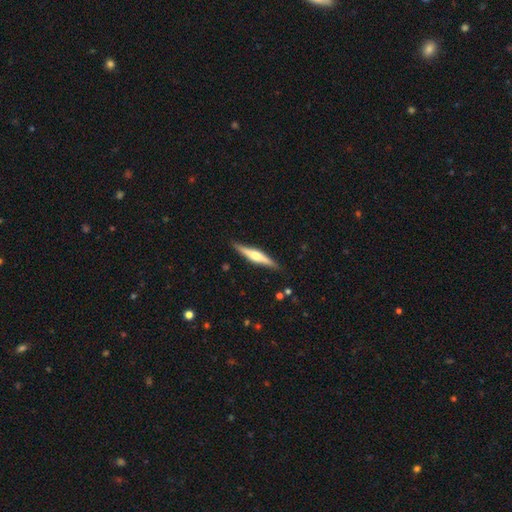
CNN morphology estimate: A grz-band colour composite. It shows a featured or disk galaxy (68%) viewed edge-on (97%) with a rounded central bulge (89%). Merging: none (89%).